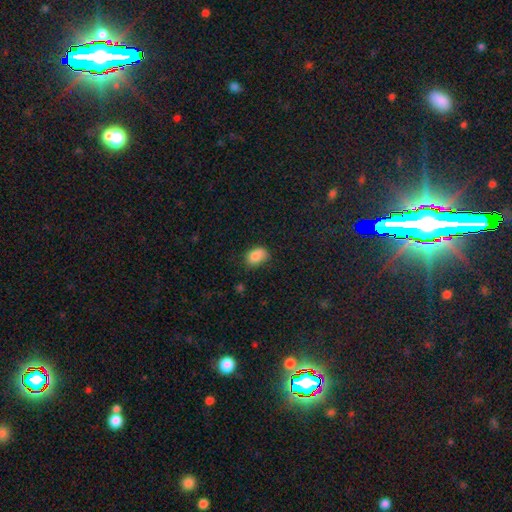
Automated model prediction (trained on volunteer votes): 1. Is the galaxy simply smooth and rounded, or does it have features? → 85% smooth, 9% star or artifact, 7% featured or disk.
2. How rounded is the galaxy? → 80% in between, 19% round, 1% cigar-shaped.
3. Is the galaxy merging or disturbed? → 61% none, 30% minor disturbance, 7% major disturbance, 2% merger.